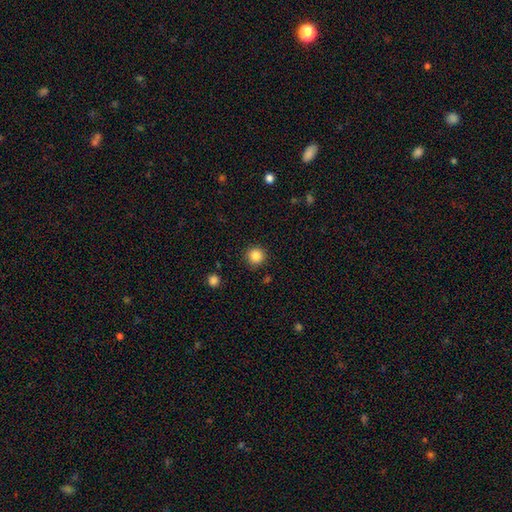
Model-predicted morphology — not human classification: type=smooth (85%); roundness=round (95%); merging=none (91%).